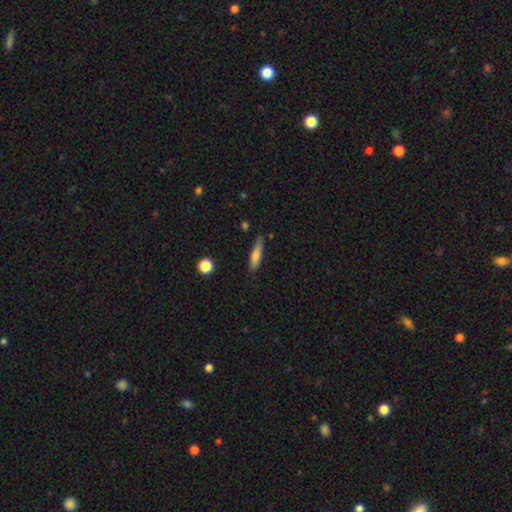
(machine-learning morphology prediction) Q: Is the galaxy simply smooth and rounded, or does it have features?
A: smooth — 73%.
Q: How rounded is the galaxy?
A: cigar-shaped — 76%.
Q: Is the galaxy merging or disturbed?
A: none — 71%.